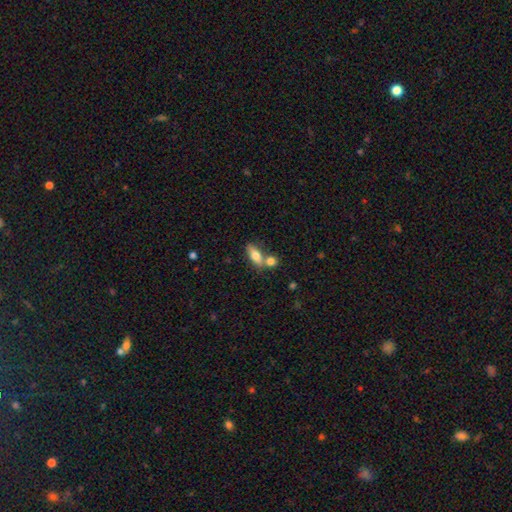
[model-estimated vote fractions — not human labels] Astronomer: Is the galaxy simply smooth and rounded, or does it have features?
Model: smooth — 72%.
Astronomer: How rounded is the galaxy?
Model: in between — 71%.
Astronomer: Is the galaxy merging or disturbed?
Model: none — 47% (runner-up: merger, 39%).